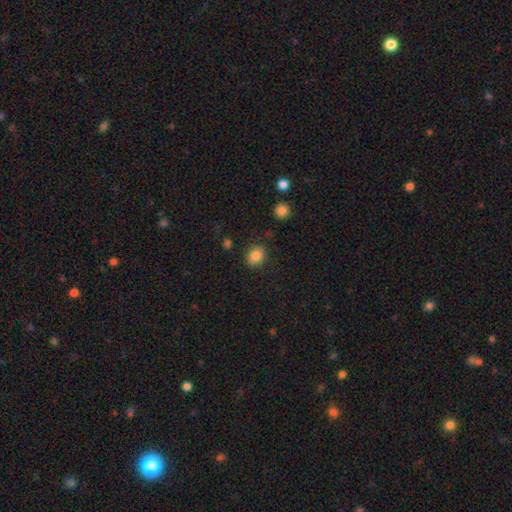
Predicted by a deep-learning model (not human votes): smooth-or-featured: smooth: 85% | star or artifact: 10% | featured or disk: 5%
  how-rounded: round: 62% | in between: 37% | cigar-shaped: 1%
  merging: none: 84% | minor disturbance: 10% | major disturbance: 3% | merger: 2%